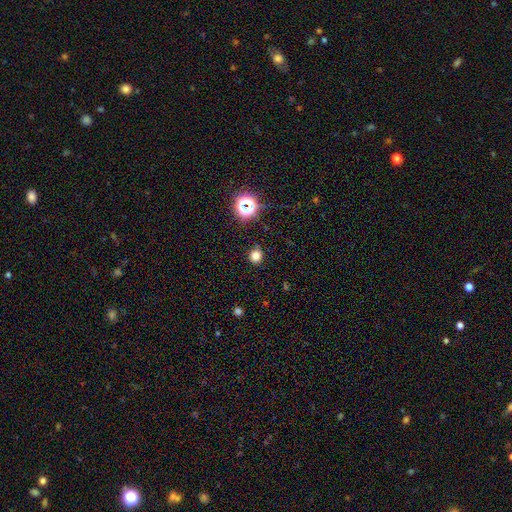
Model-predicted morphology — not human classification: type=smooth (77%); roundness=round (84%); merging=none (88%).